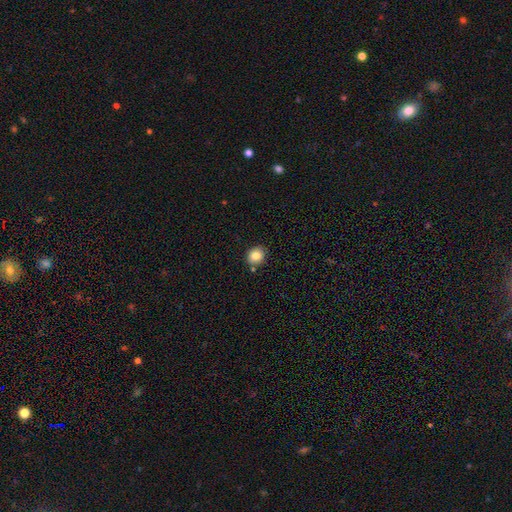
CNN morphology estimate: This is clearly a smooth galaxy (84%). How rounded: likely round (72%). Merging: clearly none (81%).